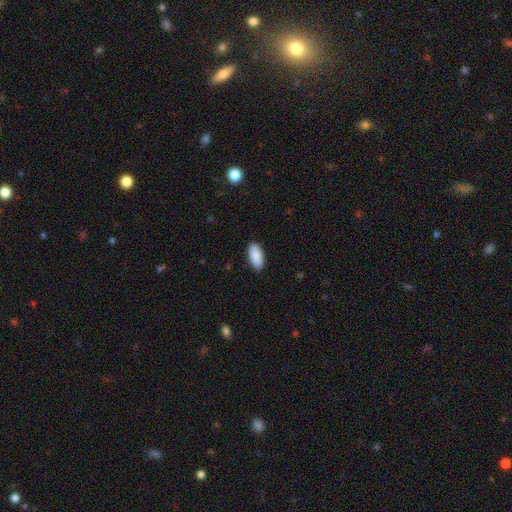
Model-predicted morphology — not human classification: smooth_or_featured: smooth (p=0.90) [alt: star or artifact p=0.06]
how_rounded: in between (p=0.91) [alt: cigar-shaped p=0.07]
merging: none (p=0.89) [alt: minor disturbance p=0.08]